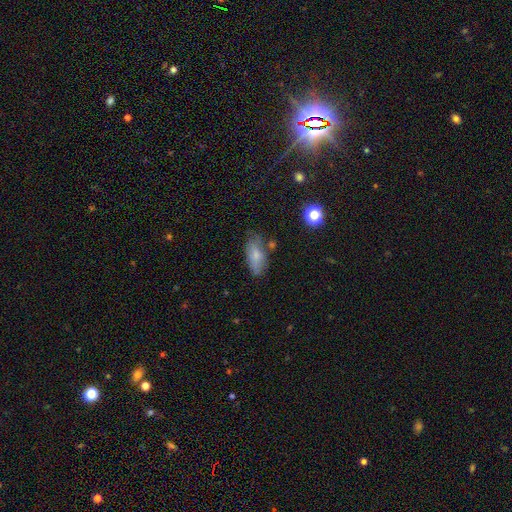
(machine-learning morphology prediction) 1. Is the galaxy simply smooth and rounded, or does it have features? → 70% smooth, 21% featured or disk, 9% star or artifact.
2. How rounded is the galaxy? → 85% in between, 12% cigar-shaped, 3% round.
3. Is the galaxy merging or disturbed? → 59% none, 27% minor disturbance, 8% major disturbance, 6% merger.